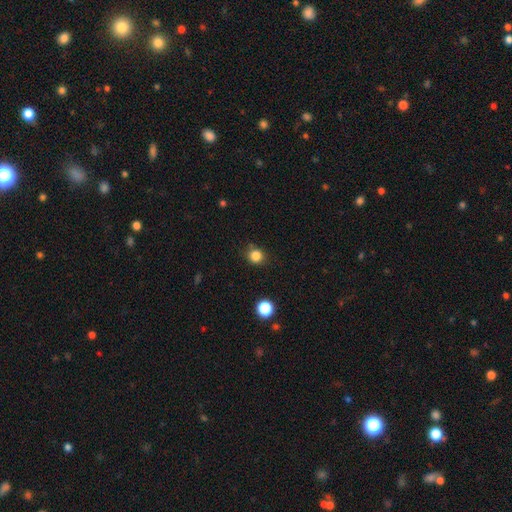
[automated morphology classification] type=smooth (83%); roundness=round (87%); merging=none (82%).